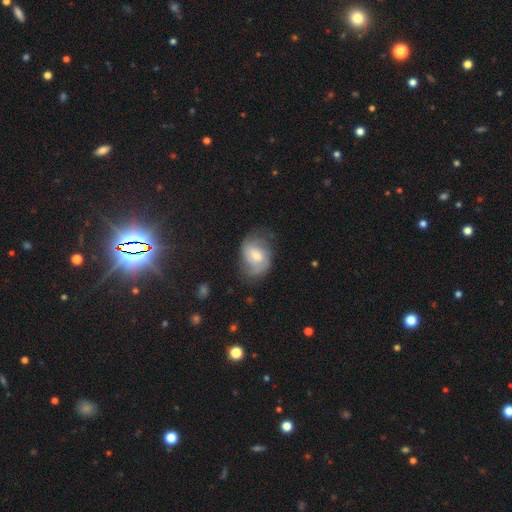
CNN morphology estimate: featured or disk 59%, smooth 34%, star or artifact 7%. Down the decision tree: edge-on disk — no (97%); bar — no (46%); spiral arms — yes (85%); bulge size — moderate (54%); merging — none (55%).